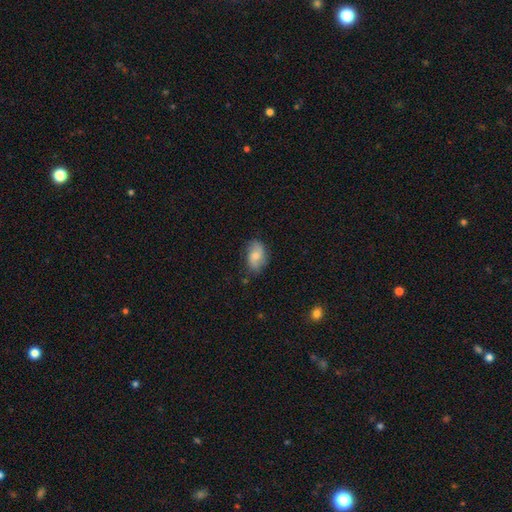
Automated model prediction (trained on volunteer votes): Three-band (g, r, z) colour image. It shows a smooth galaxy with no disk features (67%) that is in between round and cigar-shaped (88%). Merging: none (68%).